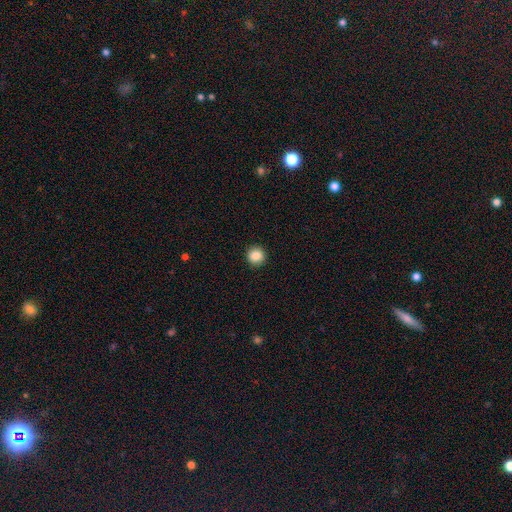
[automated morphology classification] smooth_or_featured: smooth (p=0.87) [alt: star or artifact p=0.09]
how_rounded: round (p=0.94) [alt: in between p=0.05]
merging: none (p=0.92) [alt: minor disturbance p=0.05]